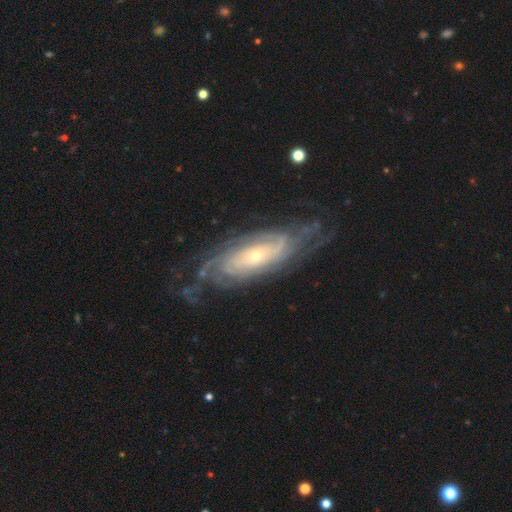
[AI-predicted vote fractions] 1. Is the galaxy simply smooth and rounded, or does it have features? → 87% featured or disk, 8% smooth, 6% star or artifact.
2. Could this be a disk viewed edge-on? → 90% no, 10% yes.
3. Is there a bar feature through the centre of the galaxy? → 71% no, 21% weak, 8% strong.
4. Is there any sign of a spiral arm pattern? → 95% yes, 5% no.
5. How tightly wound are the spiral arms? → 72% tight, 22% medium, 6% loose.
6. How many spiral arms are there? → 44% can't tell, 14% 4, 13% 2, 13% more than 4, 11% 3, 5% 1.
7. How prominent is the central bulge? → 68% small, 27% moderate, 2% large, 1% none, 1% dominant.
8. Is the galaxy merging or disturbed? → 72% none, 18% minor disturbance, 9% major disturbance, 1% merger.